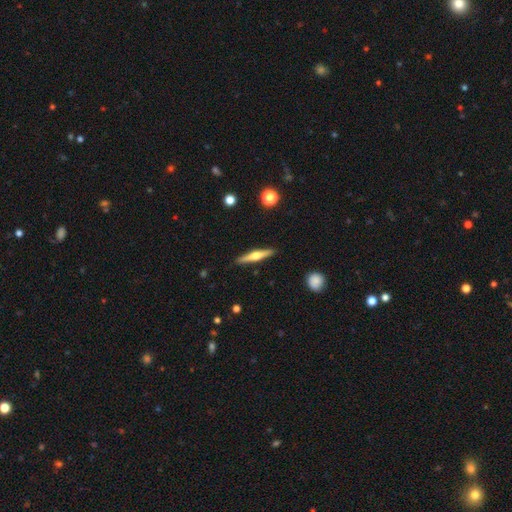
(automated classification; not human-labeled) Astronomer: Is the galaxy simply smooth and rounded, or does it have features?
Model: featured or disk — 65%.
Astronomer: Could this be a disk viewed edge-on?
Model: yes — 98%.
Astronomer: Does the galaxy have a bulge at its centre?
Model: rounded — 91%.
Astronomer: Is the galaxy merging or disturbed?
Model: none — 91%.